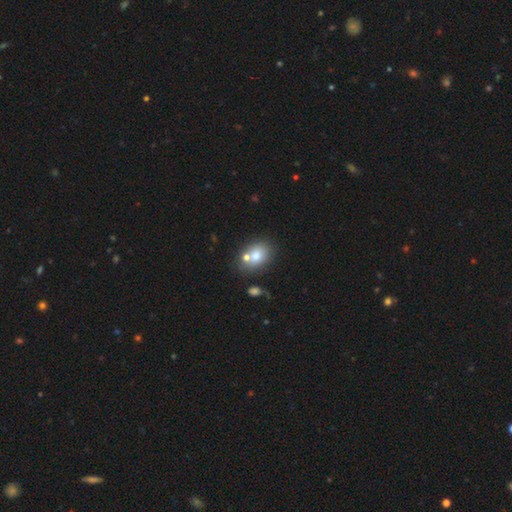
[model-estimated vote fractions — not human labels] smooth 74%, featured or disk 16%, star or artifact 10%. Down the decision tree: how rounded — in between (62%); merging — none (56%).